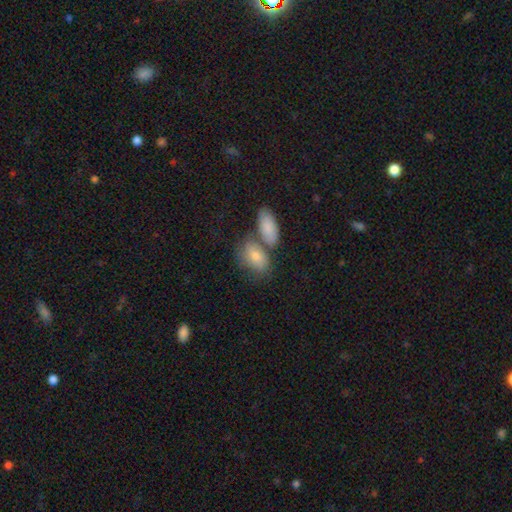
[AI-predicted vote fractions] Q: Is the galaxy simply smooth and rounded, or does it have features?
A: smooth — 74%.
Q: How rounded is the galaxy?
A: in between — 85%.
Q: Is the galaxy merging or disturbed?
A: merger — 42%.